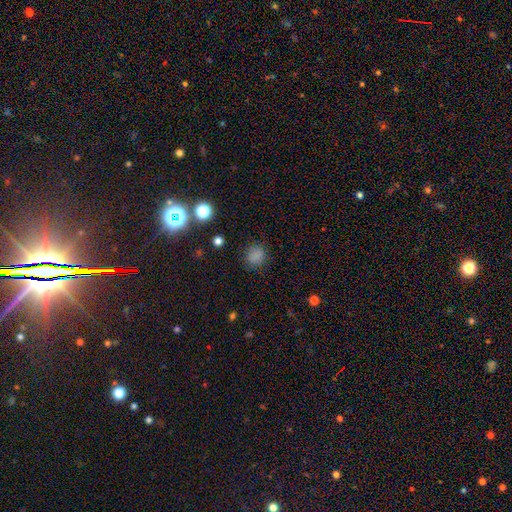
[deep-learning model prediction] smooth_or_featured: smooth (p=0.80) [alt: star or artifact p=0.16]
how_rounded: round (p=0.81) [alt: in between p=0.18]
merging: none (p=0.84) [alt: minor disturbance p=0.11]